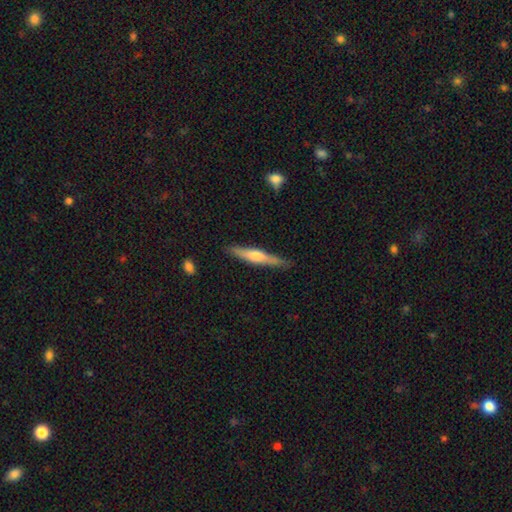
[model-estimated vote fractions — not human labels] This appears to be a featured or disk galaxy (54%) viewed edge-on (96%) with a rounded central bulge (76%). Merging: none (85%).